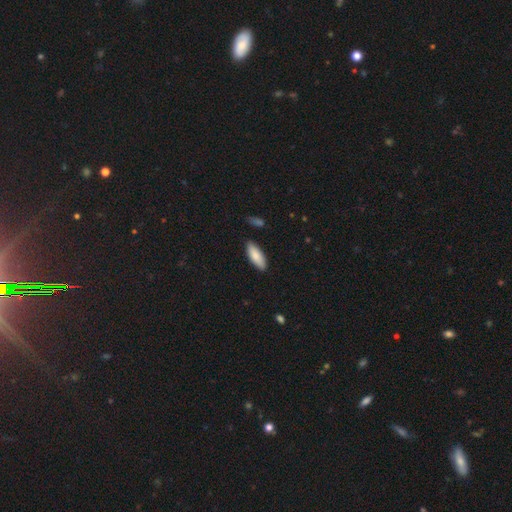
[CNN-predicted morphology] smooth-or-featured: smooth: 86% | featured or disk: 8% | star or artifact: 6%
  how-rounded: in between: 70% | cigar-shaped: 29% | round: 2%
  merging: none: 85% | minor disturbance: 11% | major disturbance: 2% | merger: 2%